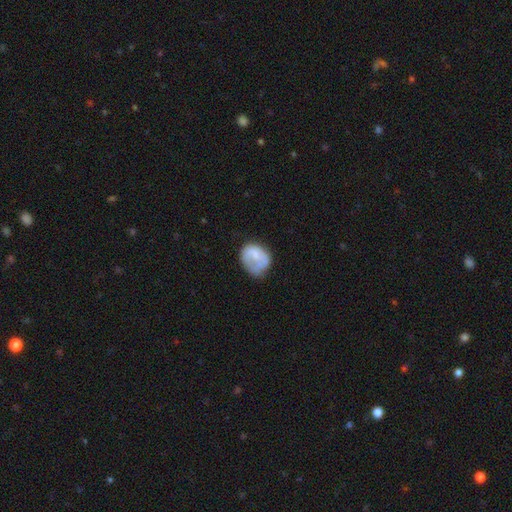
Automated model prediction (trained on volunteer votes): Q: Smooth or featured?
A: smooth (64%); runner-up: featured or disk (29%)
Q: How rounded?
A: round (55%); runner-up: in between (45%)
Q: Merging?
A: none (41%); runner-up: minor disturbance (32%)